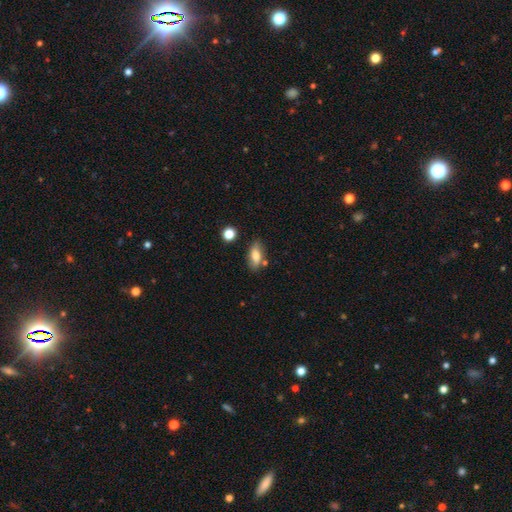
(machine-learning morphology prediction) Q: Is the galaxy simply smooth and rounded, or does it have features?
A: smooth — 73%.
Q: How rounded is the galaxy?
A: in between — 80%.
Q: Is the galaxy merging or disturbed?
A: none — 74%.